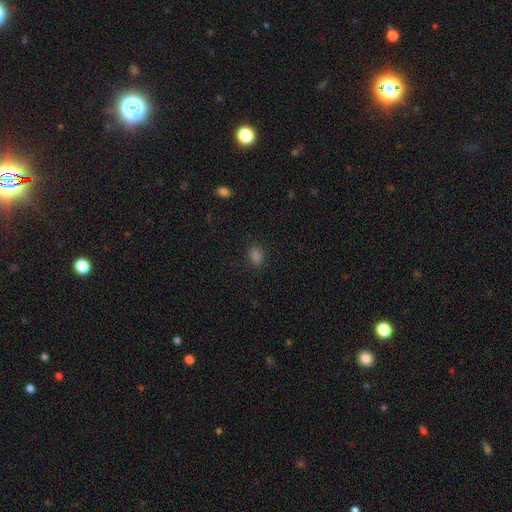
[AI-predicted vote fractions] Overall: smooth (80%). How rounded: in between (82%). Merging: none (87%).